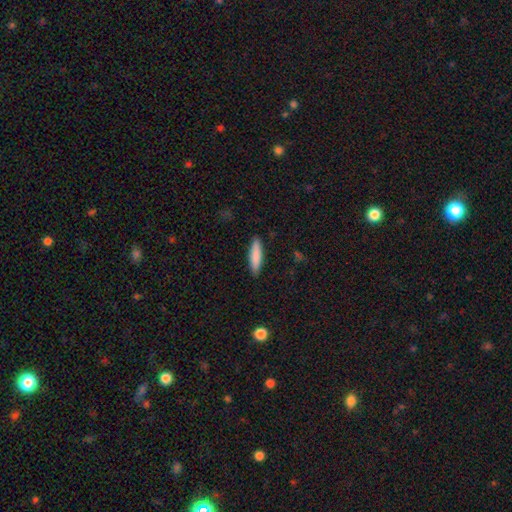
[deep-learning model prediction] smooth 84%, featured or disk 10%, star or artifact 6%. Down the decision tree: how rounded — cigar-shaped (76%); merging — none (88%).